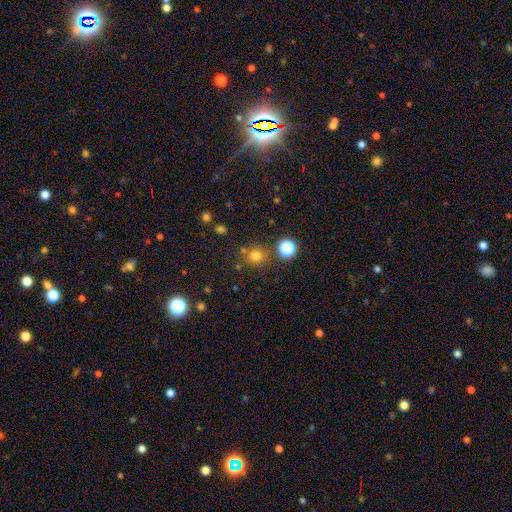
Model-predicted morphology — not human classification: This appears to be a smooth galaxy with no disk features (73%) that is round (91%). Merging: none (79%).